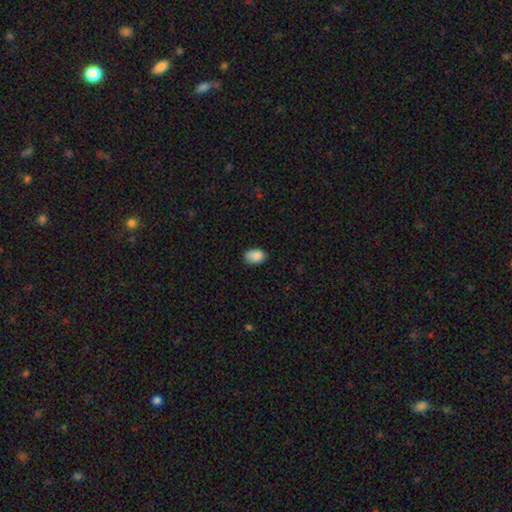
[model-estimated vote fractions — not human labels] A smooth galaxy with no disk features (88%) that is in between round and cigar-shaped (82%). Merging: none (76%).